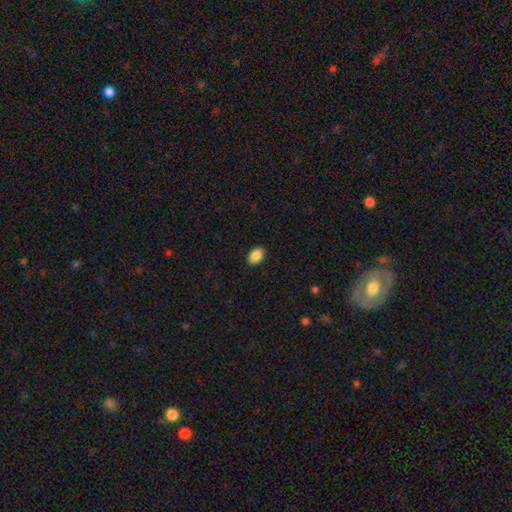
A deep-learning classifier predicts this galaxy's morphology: type=smooth (89%); roundness=in between (88%); merging=none (90%).